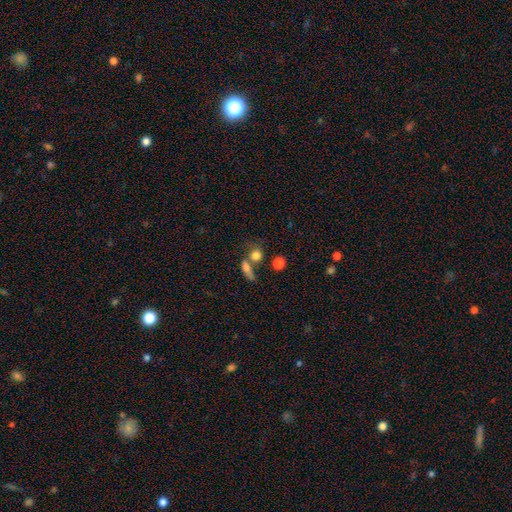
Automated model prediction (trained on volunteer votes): Smooth or featured? smooth (77%)
How rounded? round (72%)
Merging? merger (42%)